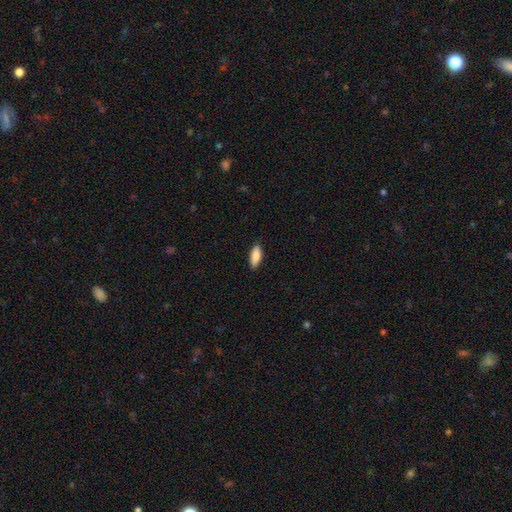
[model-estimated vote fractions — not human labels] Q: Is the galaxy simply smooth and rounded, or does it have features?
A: smooth — 87%.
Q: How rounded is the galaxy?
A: in between — 74%.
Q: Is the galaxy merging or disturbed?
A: none — 88%.